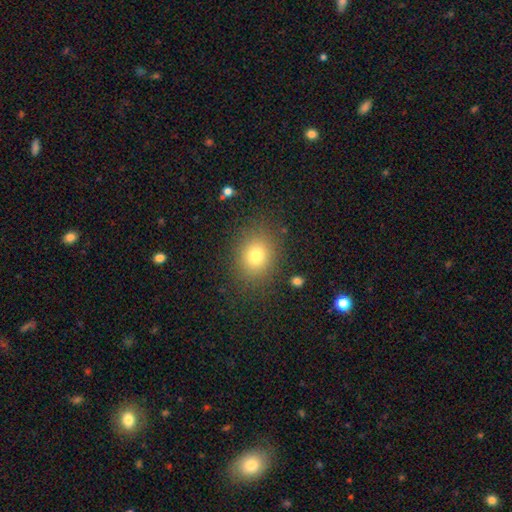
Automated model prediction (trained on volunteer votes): Smooth or featured: smooth — 76% (star or artifact — 14%)
How rounded: round — 57% (in between — 42%)
Merging: none — 85% (minor disturbance — 10%)